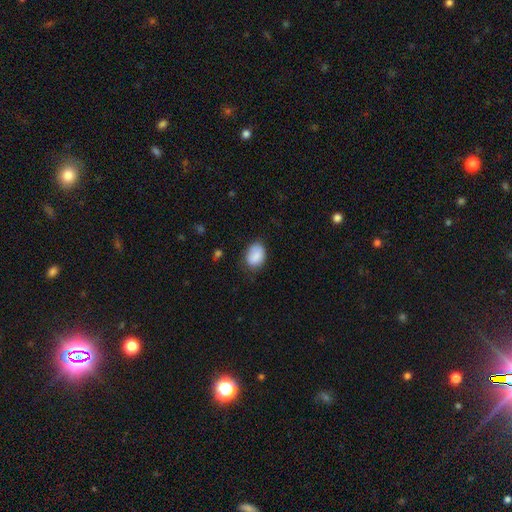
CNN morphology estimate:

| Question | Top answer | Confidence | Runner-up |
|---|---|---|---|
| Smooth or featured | smooth | 85% | featured or disk (8%) |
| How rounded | in between | 75% | round (24%) |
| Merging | none | 69% | minor disturbance (24%) |